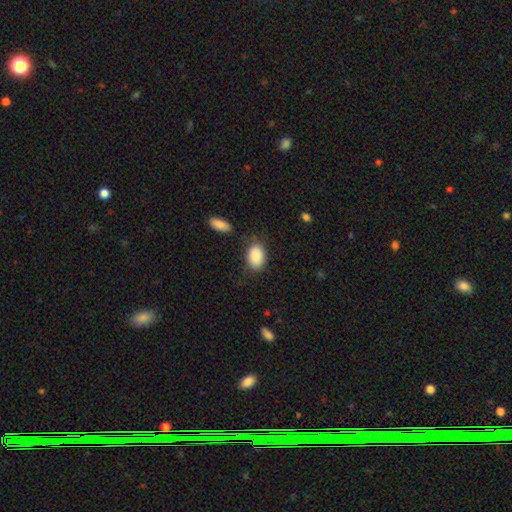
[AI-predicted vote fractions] The model was most divided on "merging": none: 67%, minor disturbance: 21%, major disturbance: 7%, merger: 5%. More confident: how rounded — in between (88%); smooth or featured — smooth (88%).